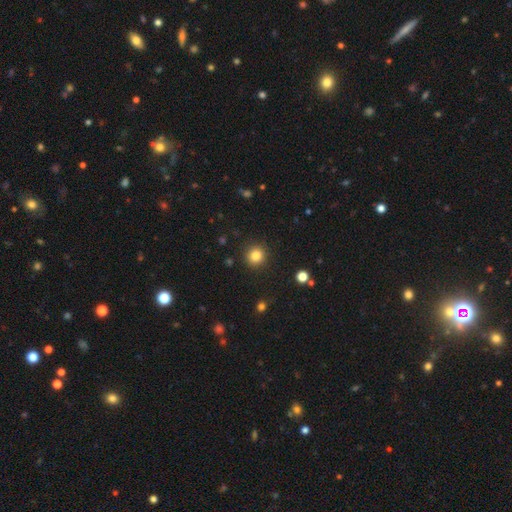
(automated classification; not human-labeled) This appears to be a smooth galaxy with no disk features (83%) that is round (93%). Merging: none (91%).